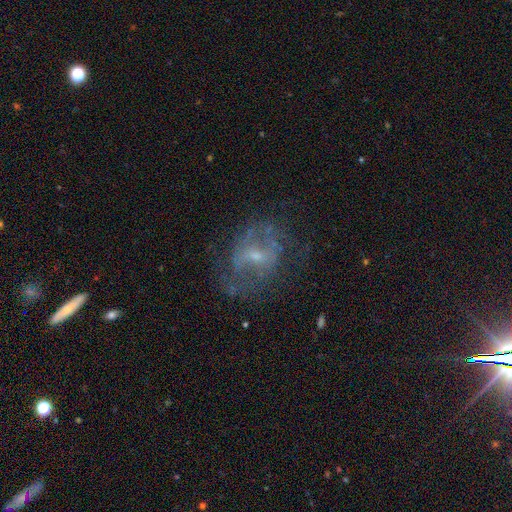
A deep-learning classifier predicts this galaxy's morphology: The model was most divided on "spiral arms" (2-way tie): yes: 50%, no: 50%. Remaining: edge-on disk — no (96%); smooth or featured — featured or disk (66%); bulge size — small (62%); merging — none (53%); bar — no (44%).